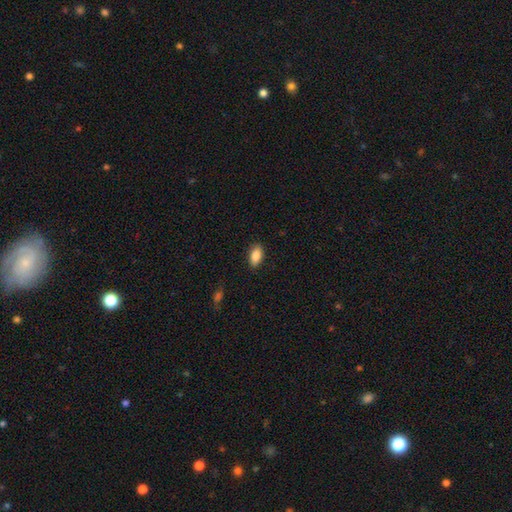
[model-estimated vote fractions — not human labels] This is clearly a smooth galaxy (87%). How rounded: clearly in between (91%). Merging: clearly none (88%).